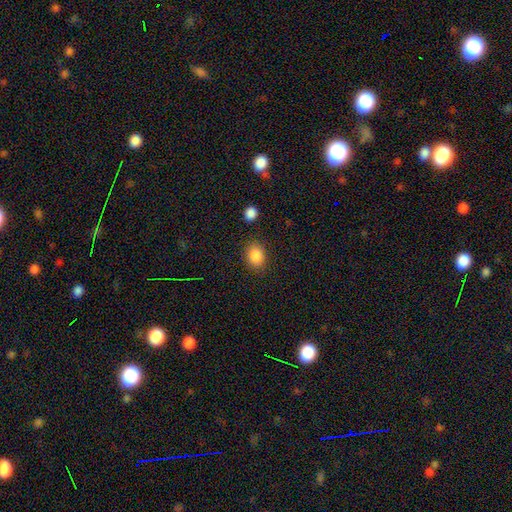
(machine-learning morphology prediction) type=smooth (87%); roundness=in between (54%); merging=none (82%).